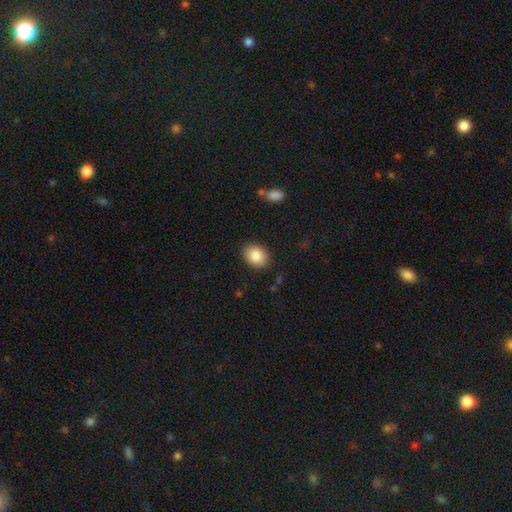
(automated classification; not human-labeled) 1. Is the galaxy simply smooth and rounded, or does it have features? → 86% smooth, 8% star or artifact, 7% featured or disk.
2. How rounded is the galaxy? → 64% in between, 35% round, 1% cigar-shaped.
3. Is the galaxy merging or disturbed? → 87% none, 9% minor disturbance, 2% major disturbance, 1% merger.